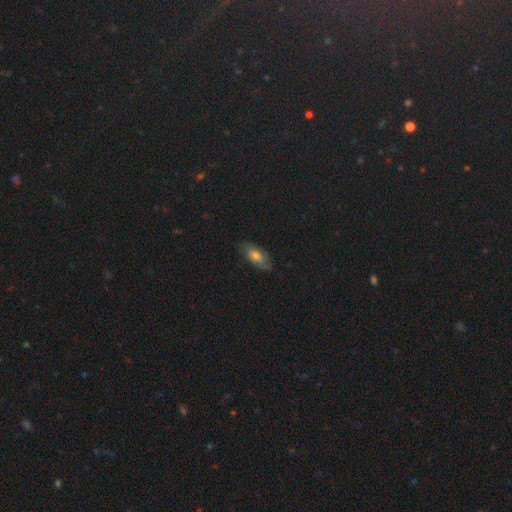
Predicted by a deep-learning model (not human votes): Smooth or featured? smooth (62%)
How rounded? in between (87%)
Merging? none (77%)